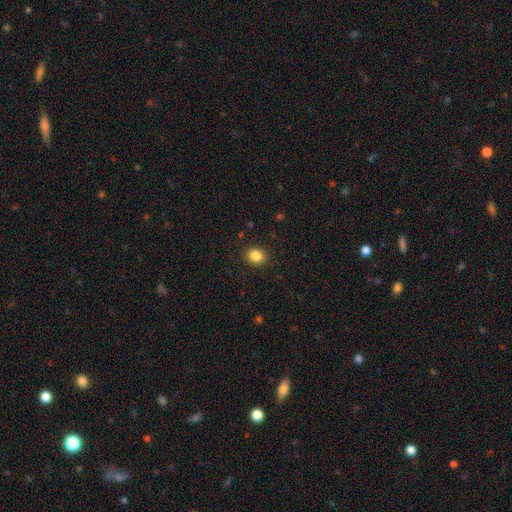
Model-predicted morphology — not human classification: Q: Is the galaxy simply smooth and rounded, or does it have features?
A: smooth — 86%.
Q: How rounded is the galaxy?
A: round — 62%.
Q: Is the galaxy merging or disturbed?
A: none — 89%.